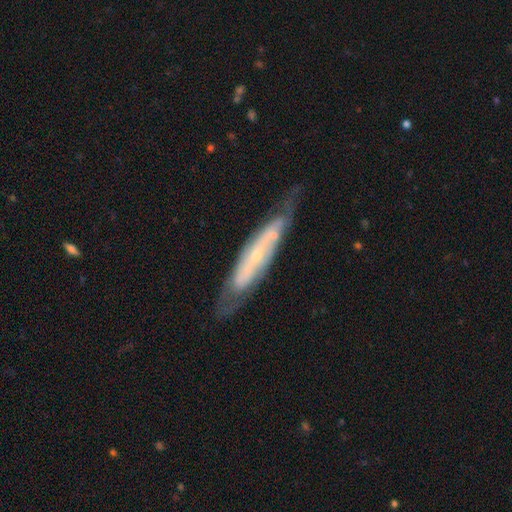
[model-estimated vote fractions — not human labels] Smooth or featured? Predicted: featured or disk (p=0.71). Edge-on disk? Predicted: no (p=0.59). Merging? Predicted: none (p=0.63).